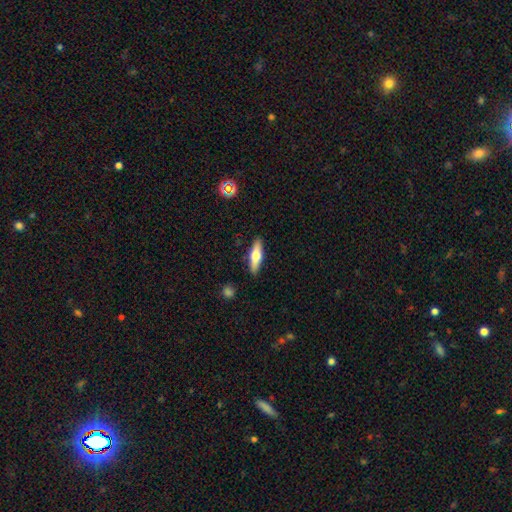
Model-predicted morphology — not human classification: smooth_or_featured: smooth (p=0.53) [alt: featured or disk p=0.41]
how_rounded: cigar-shaped (p=0.57) [alt: in between p=0.40]
merging: none (p=0.89) [alt: minor disturbance p=0.08]